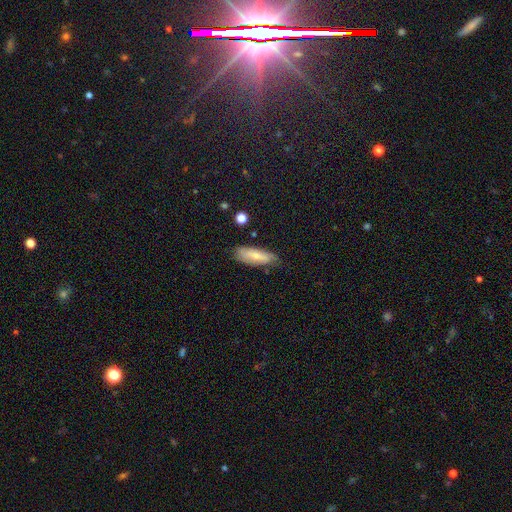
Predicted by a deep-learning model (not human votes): Morphology: type=smooth (69%); roundness=in between (60%); merging=none (71%).